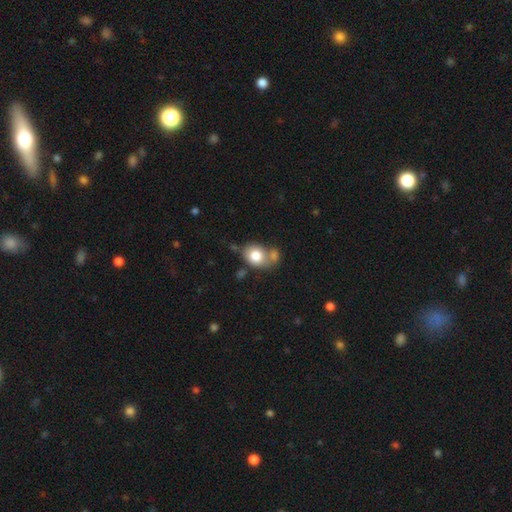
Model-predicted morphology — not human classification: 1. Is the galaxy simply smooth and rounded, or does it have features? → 78% smooth, 13% featured or disk, 8% star or artifact.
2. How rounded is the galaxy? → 51% in between, 48% round, 1% cigar-shaped.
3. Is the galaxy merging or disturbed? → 46% none, 32% merger, 16% minor disturbance, 6% major disturbance.